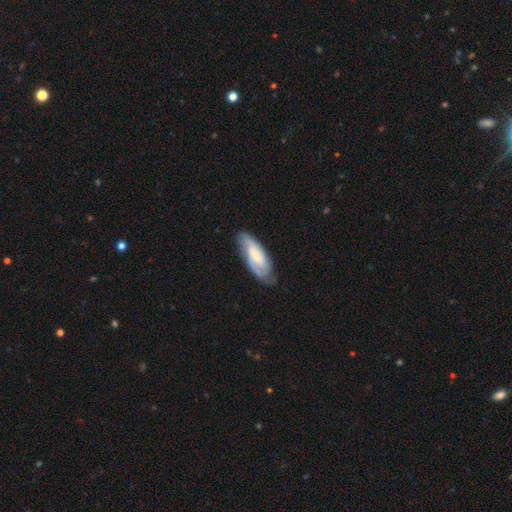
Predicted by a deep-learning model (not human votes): smooth_or_featured: featured or disk (p=0.64) [alt: smooth p=0.30]
disk_edge_on: no (p=0.89) [alt: yes p=0.11]
bar: no (p=0.45) [alt: weak p=0.41]
has_spiral_arms: yes (p=0.91) [alt: no p=0.09]
spiral_winding: medium (p=0.43) [alt: tight p=0.41]
spiral_arm_count: 2 (p=0.65) [alt: can't tell p=0.21]
bulge_size: small (p=0.53) [alt: moderate p=0.34]
merging: none (p=0.69) [alt: minor disturbance p=0.23]